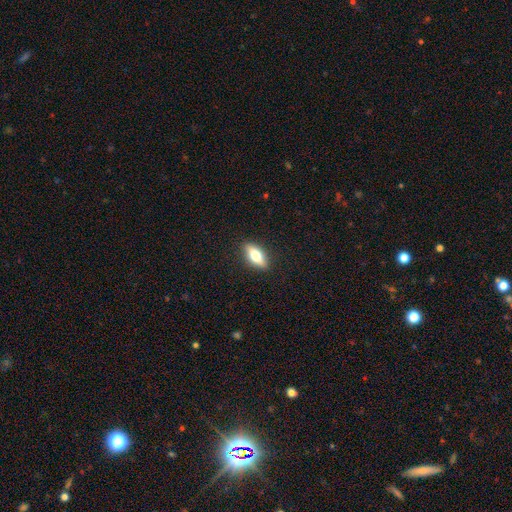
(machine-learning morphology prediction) A smooth galaxy with no disk features (61%) that is in between round and cigar-shaped (70%). Merging: none (89%).